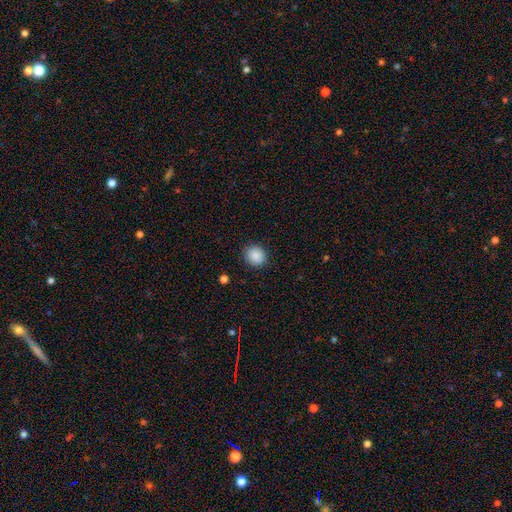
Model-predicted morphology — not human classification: A smooth galaxy with no disk features (88%) that is round (80%). Merging: none (88%).